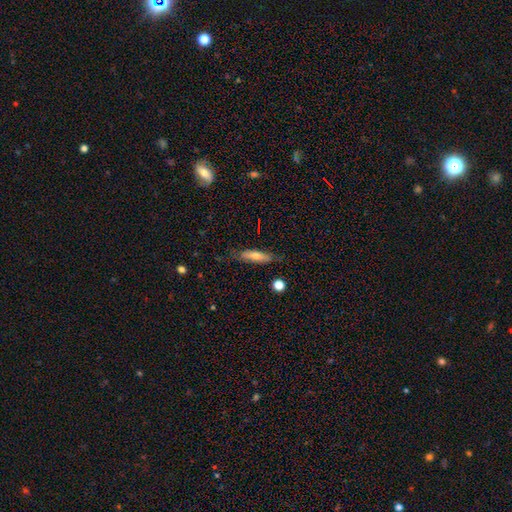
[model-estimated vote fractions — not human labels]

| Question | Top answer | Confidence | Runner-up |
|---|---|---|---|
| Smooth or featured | smooth | 56% | featured or disk (37%) |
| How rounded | cigar-shaped | 73% | in between (24%) |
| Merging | none | 76% | minor disturbance (18%) |